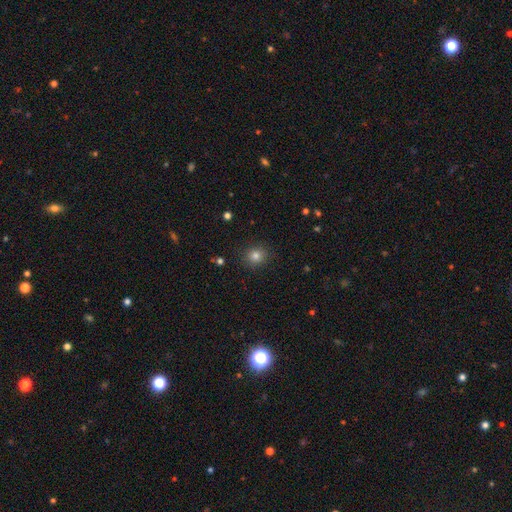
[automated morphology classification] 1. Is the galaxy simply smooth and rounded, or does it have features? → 81% smooth, 13% star or artifact, 6% featured or disk.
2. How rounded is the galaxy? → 83% round, 16% in between, 1% cigar-shaped.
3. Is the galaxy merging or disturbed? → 89% none, 7% minor disturbance, 2% major disturbance, 1% merger.